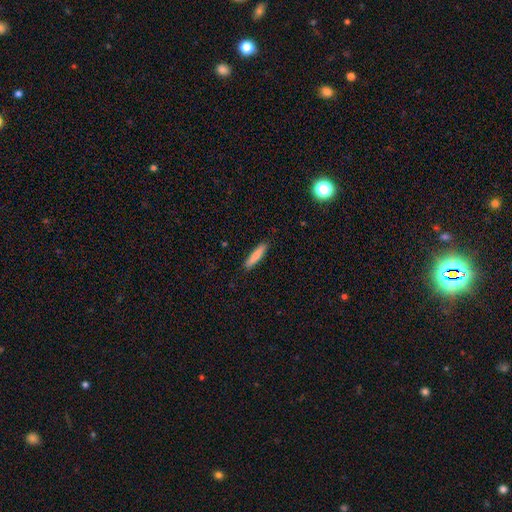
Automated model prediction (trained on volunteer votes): Smooth or featured: smooth — 80% (featured or disk — 14%)
How rounded: cigar-shaped — 88% (in between — 11%)
Merging: none — 89% (minor disturbance — 8%)